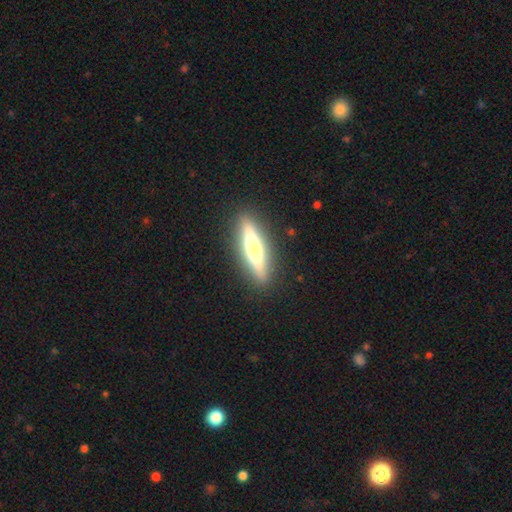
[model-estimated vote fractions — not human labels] Smooth or featured? smooth (47%)
Merging? none (88%)